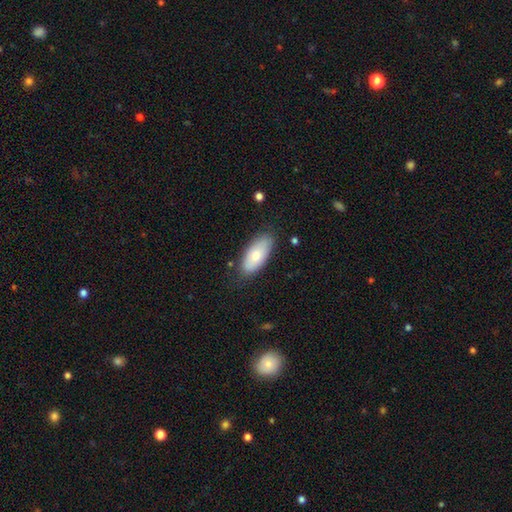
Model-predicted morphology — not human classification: Smooth or featured?
  - smooth: 72% *
  - featured or disk: 21%
  - star or artifact: 6%
How rounded?
  - in between: 89% *
  - cigar-shaped: 9%
  - round: 2%
Merging?
  - none: 80% *
  - minor disturbance: 15%
  - major disturbance: 3%
  - merger: 2%